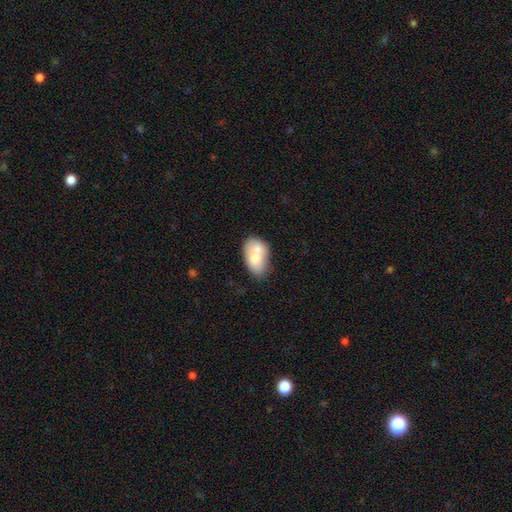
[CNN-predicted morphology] Smooth or featured: smooth — 66% (featured or disk — 27%)
How rounded: in between — 88% (round — 10%)
Merging: merger — 48% (none — 33%)